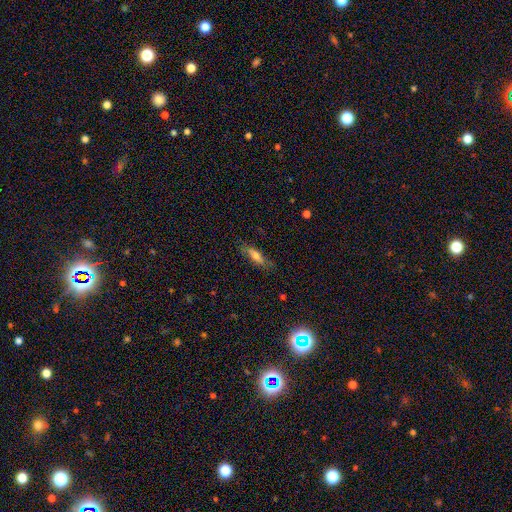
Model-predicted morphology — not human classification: smooth-or-featured: smooth: 60% | featured or disk: 32% | star or artifact: 9%
  how-rounded: cigar-shaped: 52% | in between: 46% | round: 3%
  merging: none: 77% | minor disturbance: 17% | major disturbance: 5% | merger: 1%